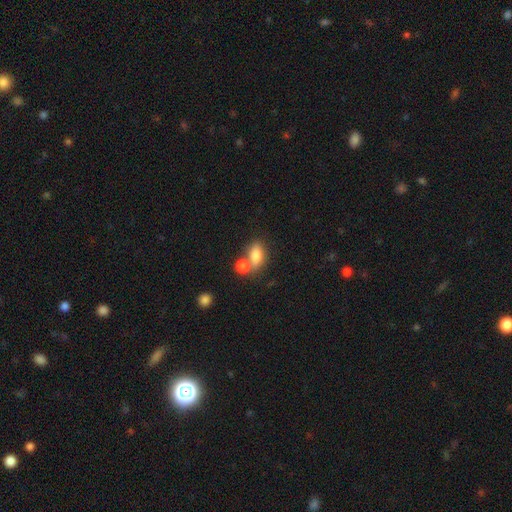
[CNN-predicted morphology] type=smooth (81%); roundness=in between (82%); merging=none (44%).